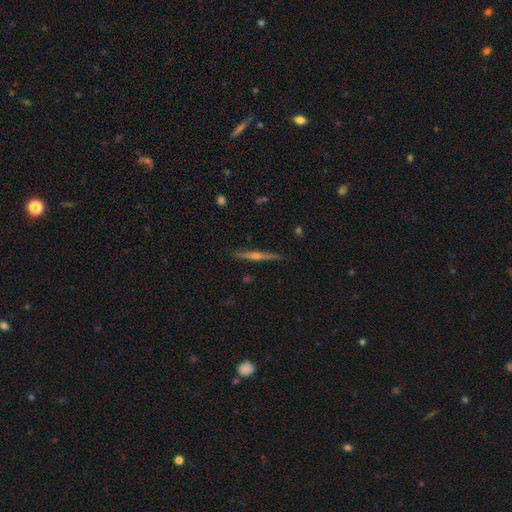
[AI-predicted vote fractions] Q: Smooth or featured?
A: featured or disk (76%); runner-up: smooth (17%)
Q: Edge-on disk?
A: yes (98%); runner-up: no (2%)
Q: Edge-on bulge?
A: rounded (89%); runner-up: none (8%)
Q: Merging?
A: none (90%); runner-up: minor disturbance (7%)